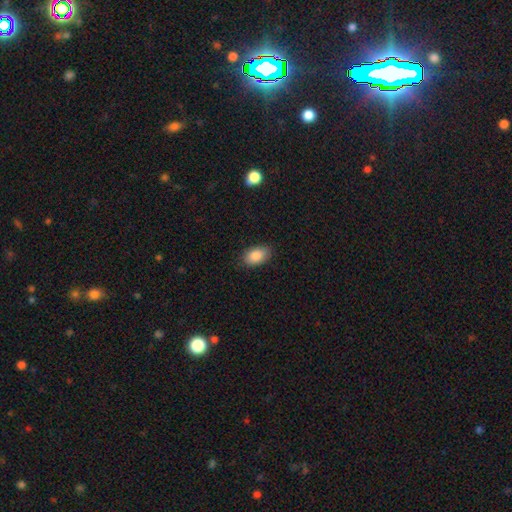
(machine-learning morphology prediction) A smooth galaxy with no disk features (87%) that is in between round and cigar-shaped (91%).

Vote fractions:
- Smooth or featured? smooth: 87% / star or artifact: 7% / featured or disk: 6%
- How rounded? in between: 91% / round: 8% / cigar-shaped: 1%
- Merging? none: 86% / minor disturbance: 11% / major disturbance: 2% / merger: 1%